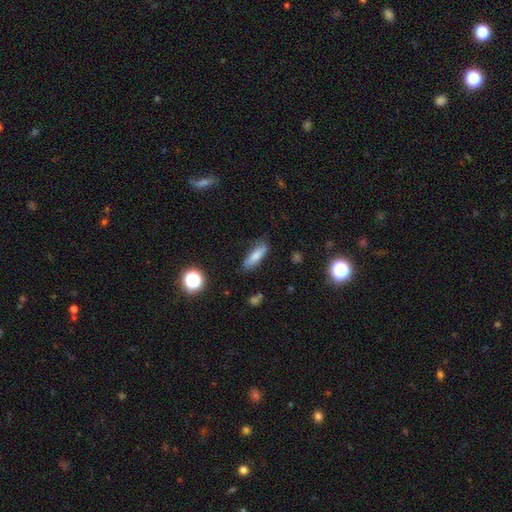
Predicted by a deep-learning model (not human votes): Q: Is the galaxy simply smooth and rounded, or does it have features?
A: smooth — 75%.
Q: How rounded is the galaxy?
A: cigar-shaped — 56%.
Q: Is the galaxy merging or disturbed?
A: none — 79%.